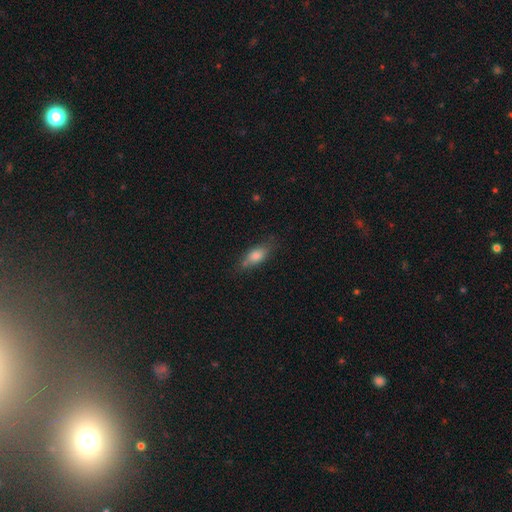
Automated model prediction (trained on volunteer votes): smooth-or-featured: smooth: 68% | featured or disk: 22% | star or artifact: 10%
  how-rounded: in between: 65% | cigar-shaped: 30% | round: 5%
  merging: none: 71% | minor disturbance: 21% | major disturbance: 5% | merger: 2%